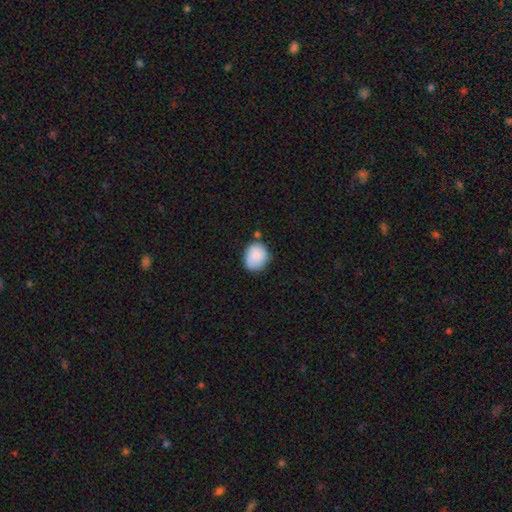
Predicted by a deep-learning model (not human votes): This is clearly a smooth galaxy (85%). How rounded: possibly round (58%). Merging: likely none (68%).